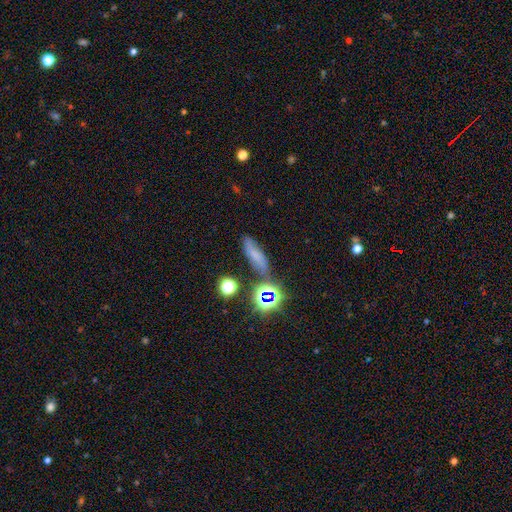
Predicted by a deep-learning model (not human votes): Q: Smooth or featured?
A: smooth (46%); runner-up: featured or disk (27%)
Q: Merging?
A: none (66%); runner-up: minor disturbance (19%)